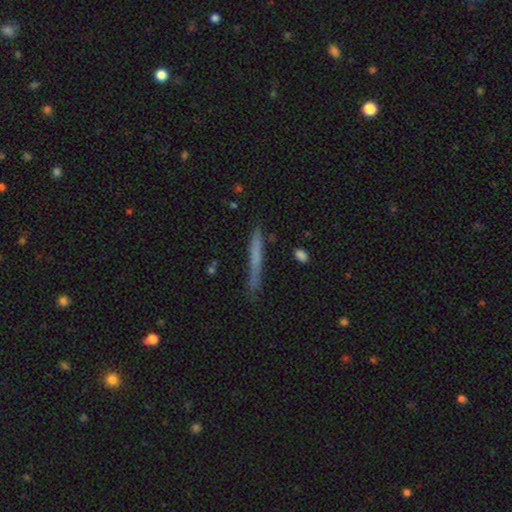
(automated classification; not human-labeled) The model was most divided on "smooth or featured": smooth: 59%, featured or disk: 34%, star or artifact: 7%. More confident: how rounded — cigar-shaped (96%); merging — none (83%).